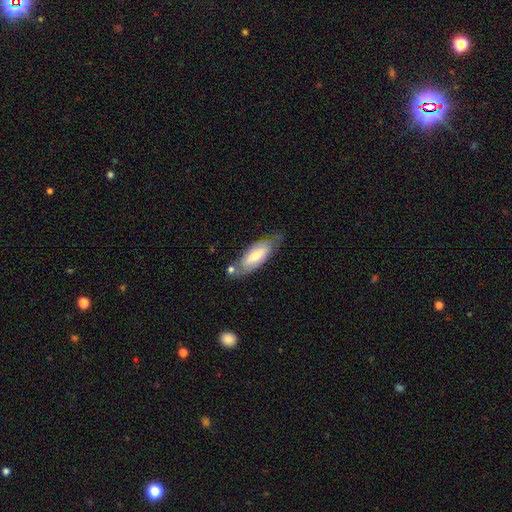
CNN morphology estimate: Overall: smooth (50%; featured or disk 44%). How rounded: in between (73%). Merging: none (59%; minor disturbance 24%).